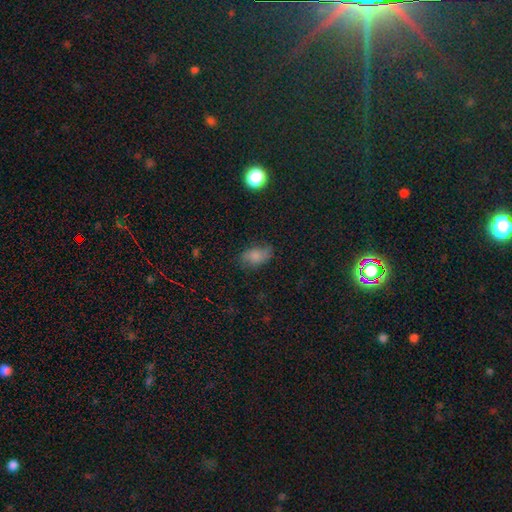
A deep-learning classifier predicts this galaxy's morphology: smooth_or_featured: smooth (p=0.73) [alt: featured or disk p=0.15]
how_rounded: in between (p=0.89) [alt: round p=0.08]
merging: none (p=0.64) [alt: minor disturbance p=0.26]